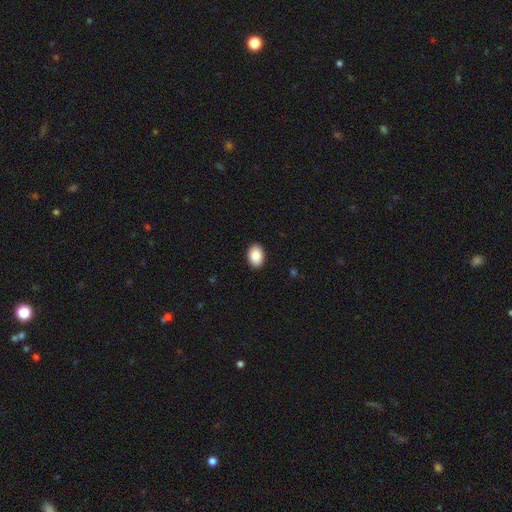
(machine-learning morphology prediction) Overall: smooth (89%). How rounded: in between (83%). Merging: none (91%).